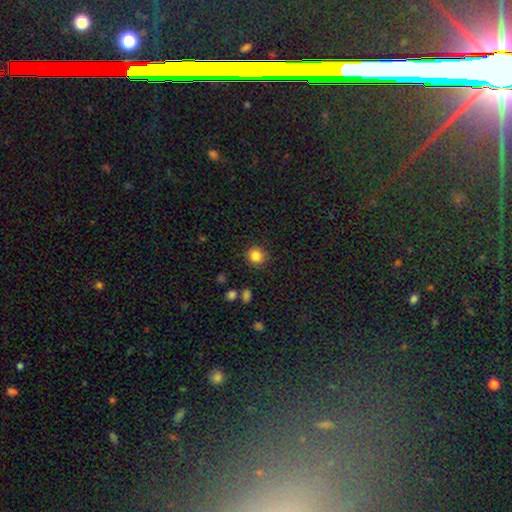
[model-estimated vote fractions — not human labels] Smooth or featured? smooth (84%)
How rounded? round (90%)
Merging? none (87%)